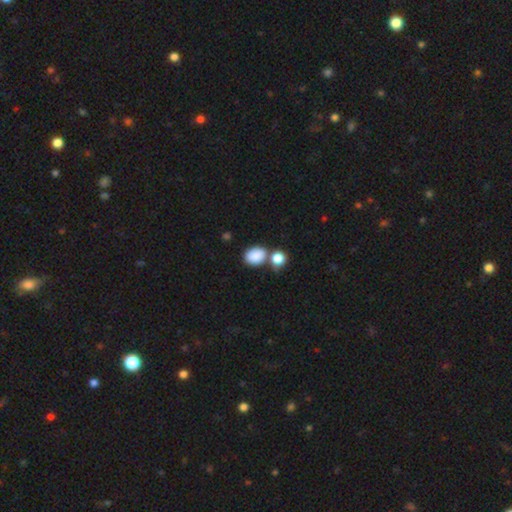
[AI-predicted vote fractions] smooth_or_featured: smooth (p=0.87) [alt: star or artifact p=0.08]
how_rounded: in between (p=0.67) [alt: round p=0.32]
merging: none (p=0.52) [alt: merger p=0.32]